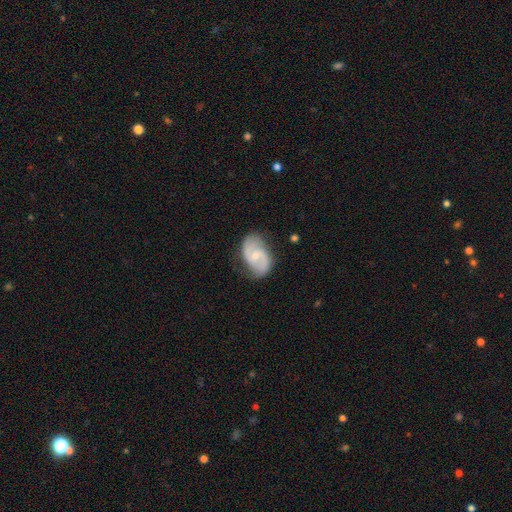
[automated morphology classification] The model was most divided on "bar": weak: 51%, no: 38%, strong: 11%. Remaining: edge-on disk — no (97%); spiral arms — yes (94%); spiral arm count — 2 (90%); smooth or featured — featured or disk (79%); merging — none (75%); bulge size — small (59%); spiral winding — medium (48%).